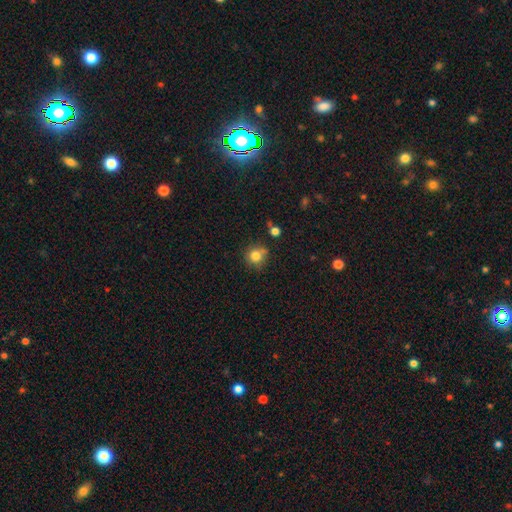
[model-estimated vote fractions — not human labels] Smooth or featured? smooth (80%)
How rounded? round (85%)
Merging? none (64%)